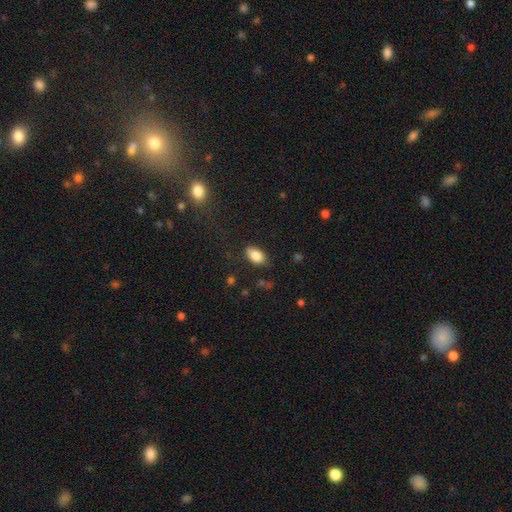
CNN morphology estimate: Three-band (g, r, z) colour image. It shows a smooth galaxy with no disk features (84%) that is in between round and cigar-shaped (92%). Merging: none (81%).